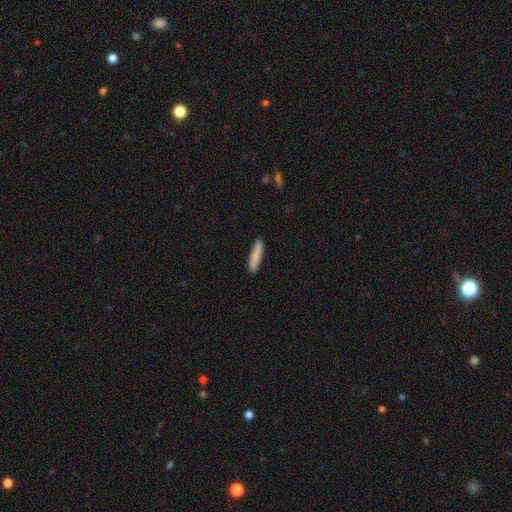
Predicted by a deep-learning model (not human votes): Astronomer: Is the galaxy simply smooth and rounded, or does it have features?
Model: smooth — 85%.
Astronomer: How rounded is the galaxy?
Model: cigar-shaped — 87%.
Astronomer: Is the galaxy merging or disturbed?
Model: none — 90%.